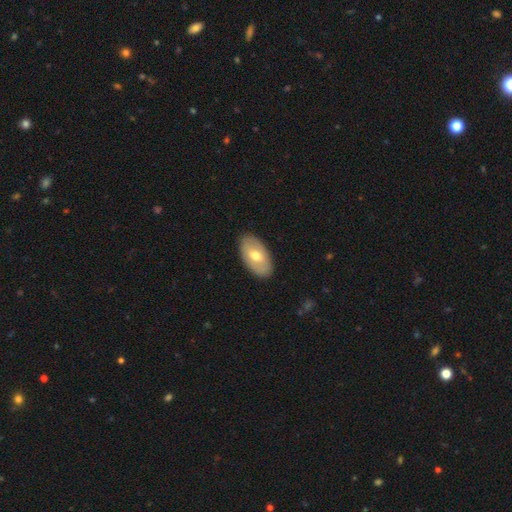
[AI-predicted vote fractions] smooth_or_featured: smooth (p=0.57) [alt: featured or disk p=0.37]
how_rounded: in between (p=0.94) [alt: round p=0.04]
merging: none (p=0.87) [alt: minor disturbance p=0.10]